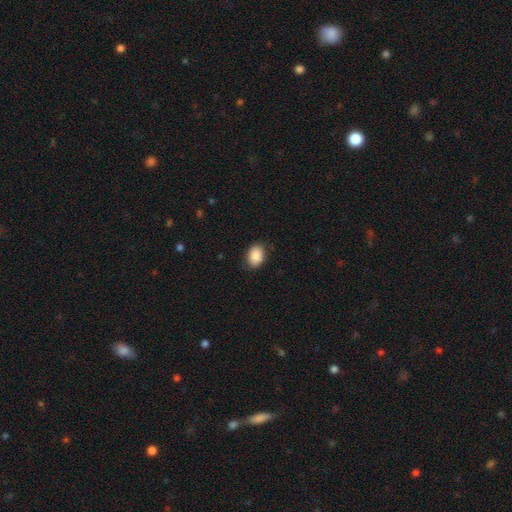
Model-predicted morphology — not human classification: Smooth or featured? smooth (88%)
How rounded? in between (77%)
Merging? none (85%)